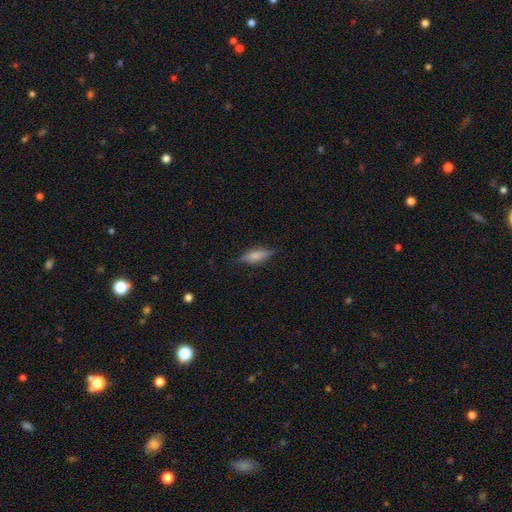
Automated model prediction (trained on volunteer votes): A smooth galaxy with no disk features (50%).

Vote fractions:
- Smooth or featured? smooth: 50% / featured or disk: 42% / star or artifact: 8%
- Merging? none: 79% / minor disturbance: 16% / major disturbance: 4% / merger: 1%